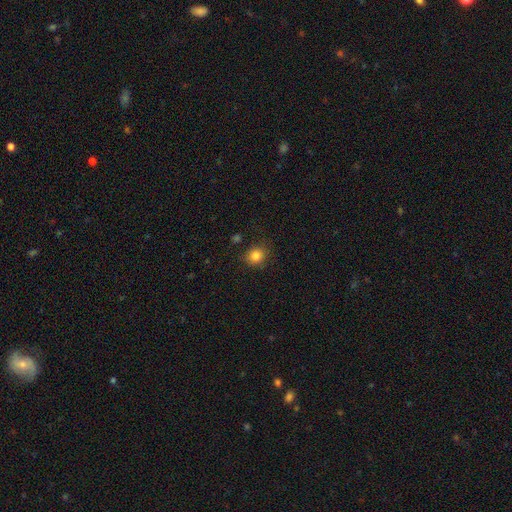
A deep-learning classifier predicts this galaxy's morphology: Smooth or featured?
  - smooth: 84% *
  - star or artifact: 11%
  - featured or disk: 5%
How rounded?
  - round: 81% *
  - in between: 18%
  - cigar-shaped: 1%
Merging?
  - none: 84% *
  - minor disturbance: 11%
  - major disturbance: 3%
  - merger: 2%